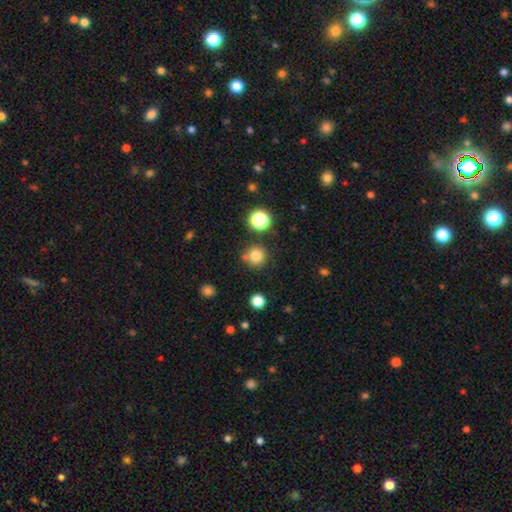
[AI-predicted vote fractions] Smooth or featured? Predicted: smooth (p=0.79). How rounded? Predicted: round (p=0.94). Merging? Predicted: none (p=0.78).